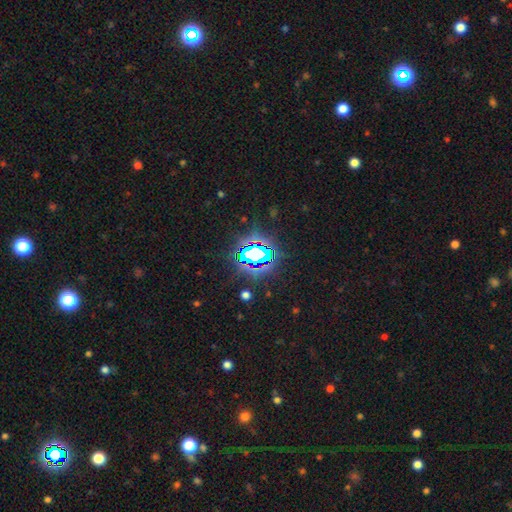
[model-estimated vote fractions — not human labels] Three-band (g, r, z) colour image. It shows a star or artifact, not a galaxy (74%).